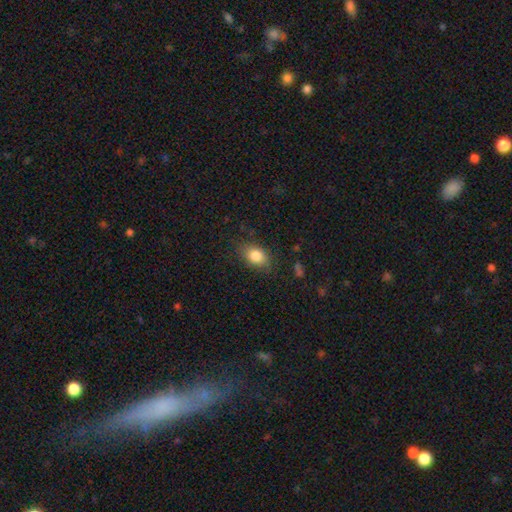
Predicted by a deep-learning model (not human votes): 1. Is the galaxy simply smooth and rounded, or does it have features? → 82% smooth, 9% featured or disk, 9% star or artifact.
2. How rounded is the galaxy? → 80% in between, 18% round, 2% cigar-shaped.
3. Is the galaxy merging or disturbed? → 78% none, 16% minor disturbance, 5% major disturbance, 1% merger.